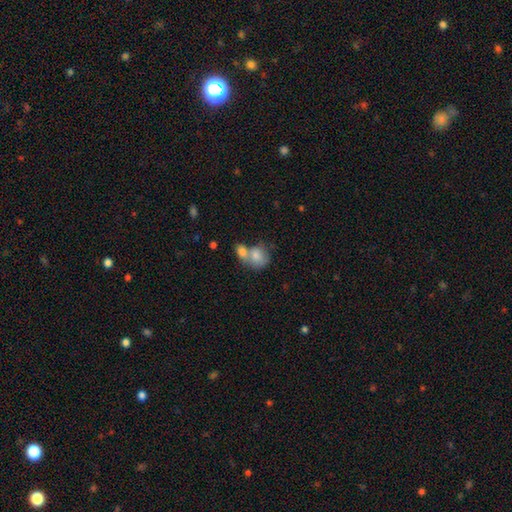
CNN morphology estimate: Smooth or featured? smooth (78%)
How rounded? round (52%)
Merging? merger (63%)